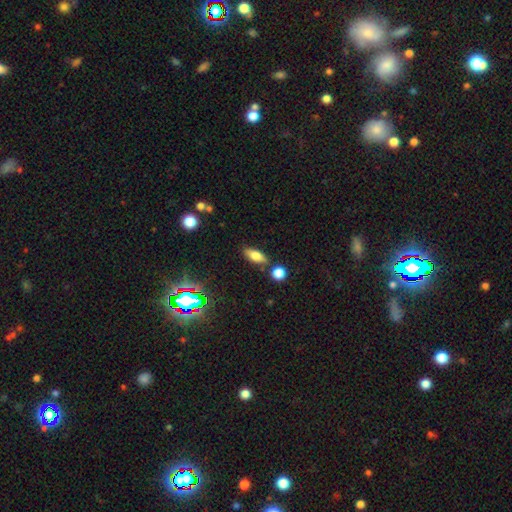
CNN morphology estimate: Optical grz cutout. It shows a smooth galaxy with no disk features (72%) that is in between round and cigar-shaped (76%). Merging: none (78%).